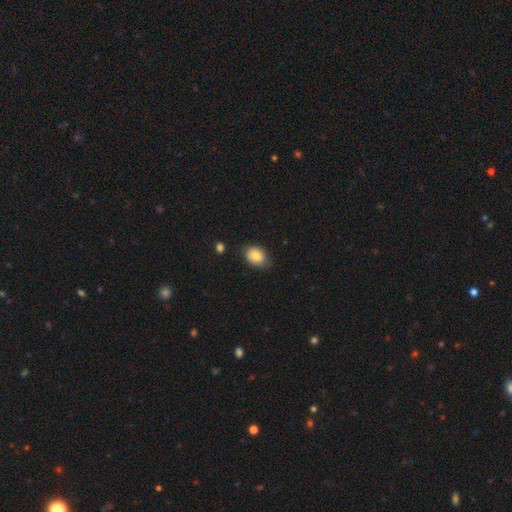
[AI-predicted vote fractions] smooth_or_featured: smooth (p=0.81) [alt: featured or disk p=0.11]
how_rounded: in between (p=0.72) [alt: round p=0.27]
merging: none (p=0.75) [alt: minor disturbance p=0.20]